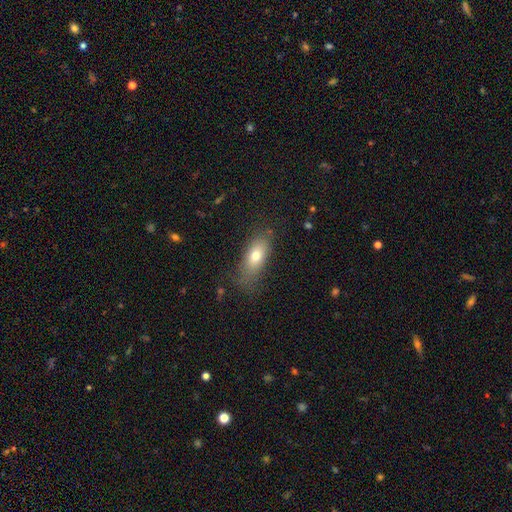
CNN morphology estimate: A smooth galaxy with no disk features (74%) that is in between round and cigar-shaped (80%). Merging: none (66%).